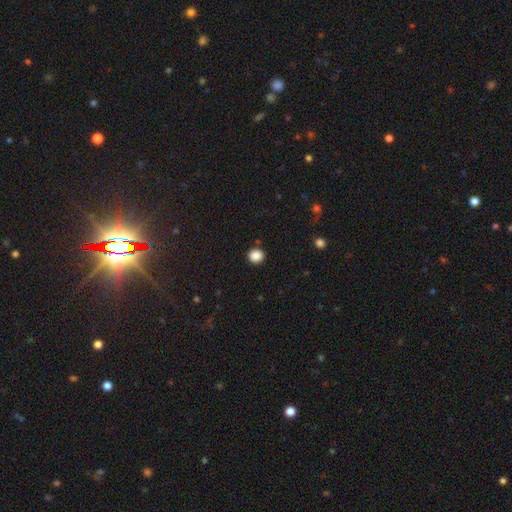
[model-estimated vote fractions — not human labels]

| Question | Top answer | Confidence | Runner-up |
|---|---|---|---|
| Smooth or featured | smooth | 87% | star or artifact (10%) |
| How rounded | round | 85% | in between (14%) |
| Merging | none | 90% | minor disturbance (6%) |